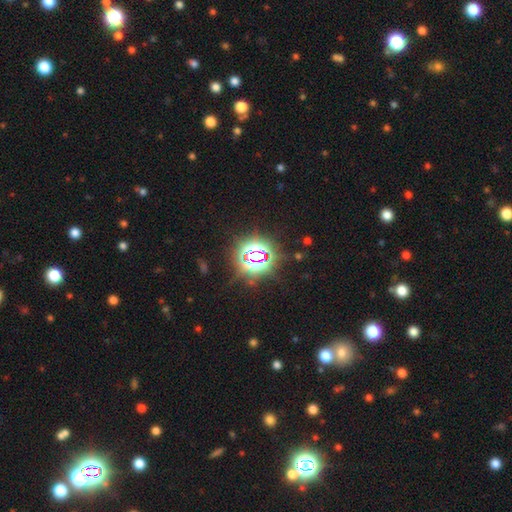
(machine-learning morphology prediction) A star or artifact, not a galaxy (81%).

Vote fractions:
- Smooth or featured? star or artifact: 81% / smooth: 12% / featured or disk: 7%